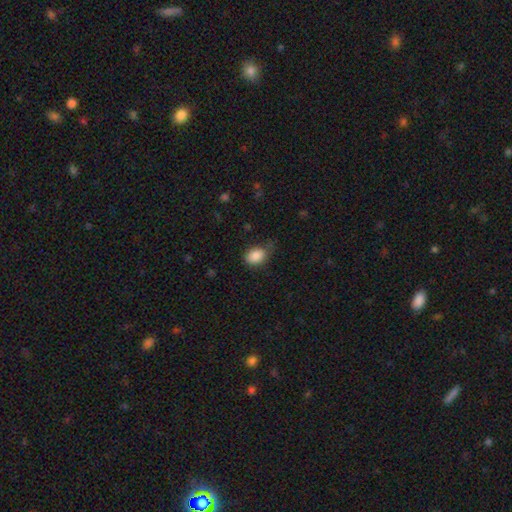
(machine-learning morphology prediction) A smooth galaxy with no disk features (87%) that is in between round and cigar-shaped (76%).

Vote fractions:
- Smooth or featured? smooth: 87% / star or artifact: 8% / featured or disk: 4%
- How rounded? in between: 76% / round: 23% / cigar-shaped: 1%
- Merging? none: 69% / minor disturbance: 23% / major disturbance: 6% / merger: 2%